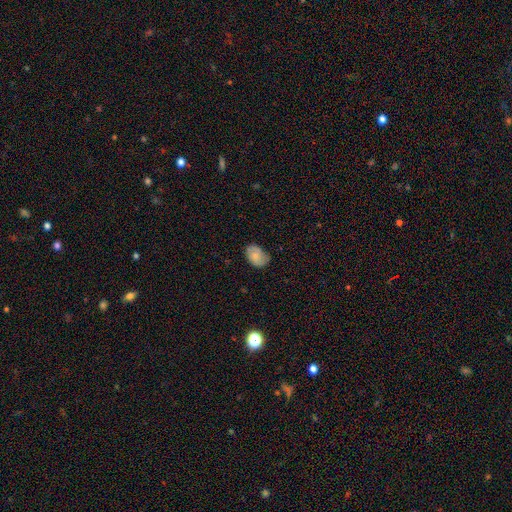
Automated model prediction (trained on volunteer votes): The model was most divided on "merging": none: 65%, minor disturbance: 28%, major disturbance: 5%, merger: 1%. More confident: how rounded — in between (85%); smooth or featured — smooth (74%).